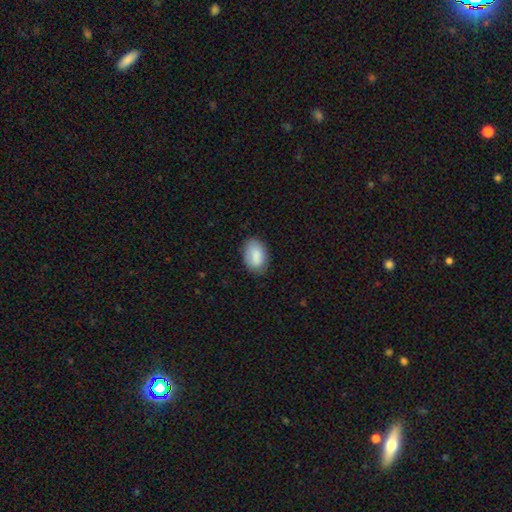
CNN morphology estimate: This is clearly a smooth galaxy (86%). How rounded: clearly in between (90%). Merging: likely none (77%).